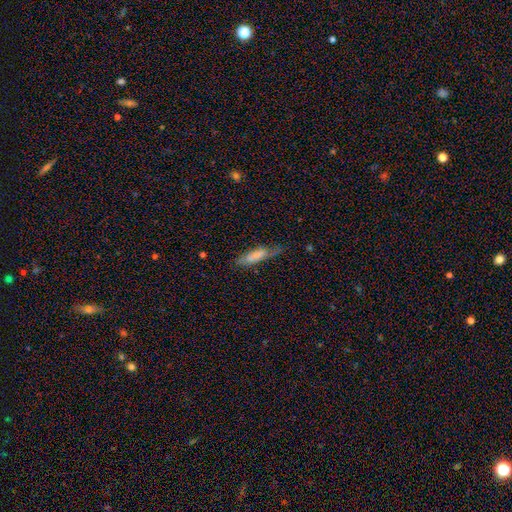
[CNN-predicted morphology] This is likely a smooth galaxy (69%). How rounded: likely cigar-shaped (60%). Merging: possibly none (57%).